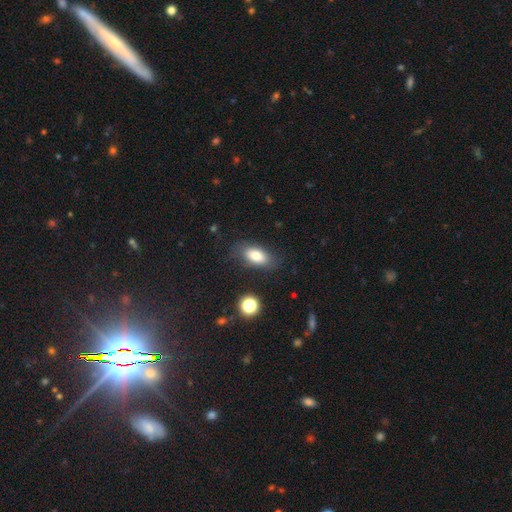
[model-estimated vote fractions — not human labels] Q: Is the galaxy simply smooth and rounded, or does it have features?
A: smooth — 80%.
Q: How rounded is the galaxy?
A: in between — 87%.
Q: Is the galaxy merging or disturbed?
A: none — 79%.